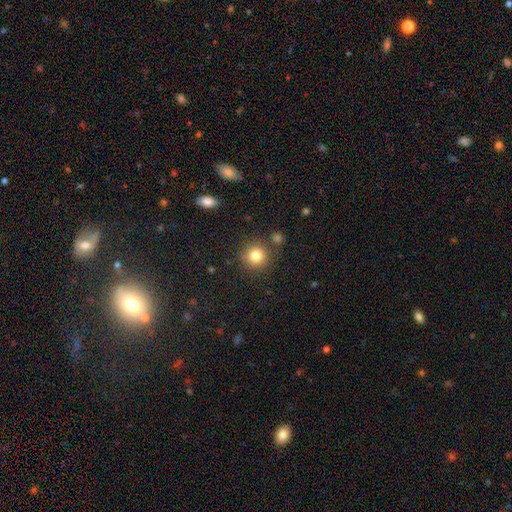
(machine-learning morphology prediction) The model was most divided on "smooth or featured": smooth: 82%, star or artifact: 11%, featured or disk: 6%. More confident: how rounded — round (93%); merging — none (84%).